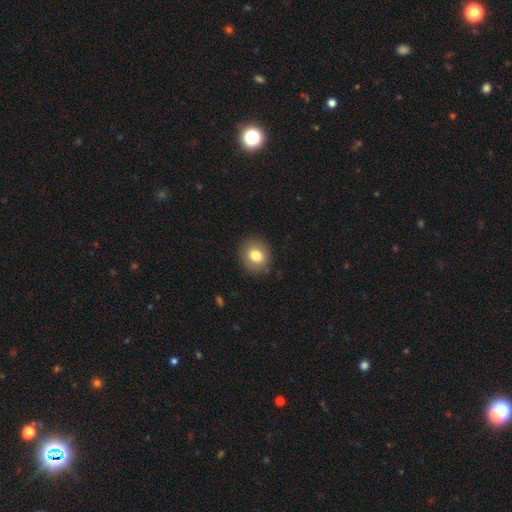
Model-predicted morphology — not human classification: This appears to be a smooth galaxy with no disk features (79%) that is round (73%). Merging: none (87%).